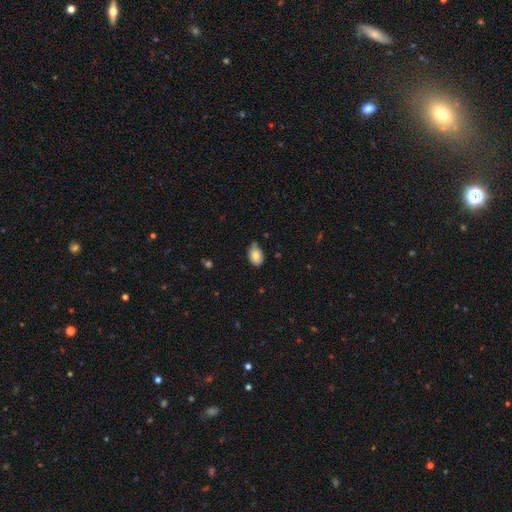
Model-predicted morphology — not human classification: Smooth or featured: smooth — 82% (featured or disk — 11%)
How rounded: in between — 88% (round — 11%)
Merging: none — 63% (minor disturbance — 31%)